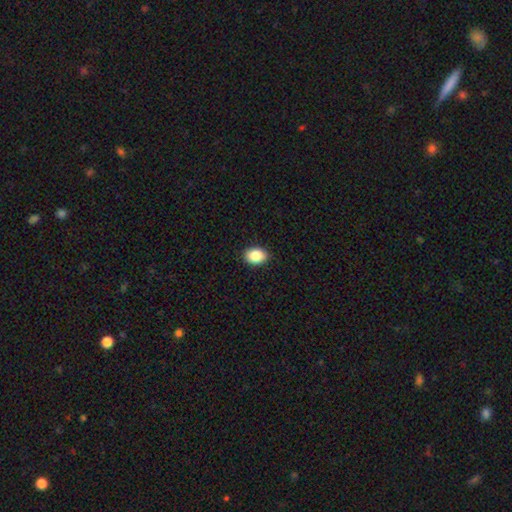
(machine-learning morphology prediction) Smooth or featured?
  - smooth: 87% *
  - star or artifact: 8%
  - featured or disk: 5%
How rounded?
  - in between: 70% *
  - round: 29%
  - cigar-shaped: 1%
Merging?
  - none: 90% *
  - minor disturbance: 8%
  - major disturbance: 2%
  - merger: 1%